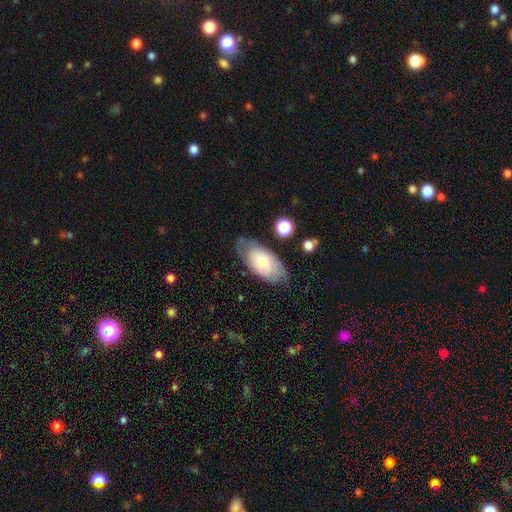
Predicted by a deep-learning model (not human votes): Smooth or featured? Predicted: smooth (p=0.57). How rounded? Predicted: in between (p=0.92). Merging? Predicted: none (p=0.68).